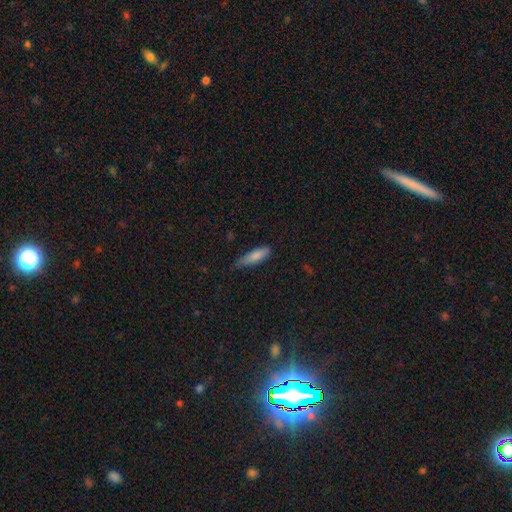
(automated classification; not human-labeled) Q: Smooth or featured?
A: smooth (83%); runner-up: featured or disk (10%)
Q: How rounded?
A: cigar-shaped (52%); runner-up: in between (46%)
Q: Merging?
A: none (54%); runner-up: minor disturbance (38%)